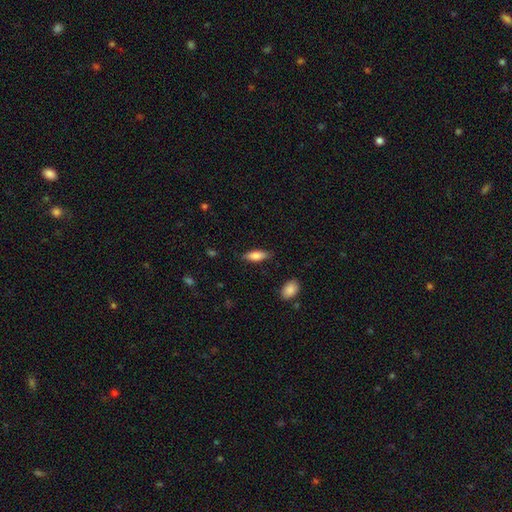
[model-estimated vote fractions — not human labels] Smooth or featured: smooth — 79% (featured or disk — 14%)
How rounded: in between — 67% (cigar-shaped — 31%)
Merging: none — 82% (minor disturbance — 13%)